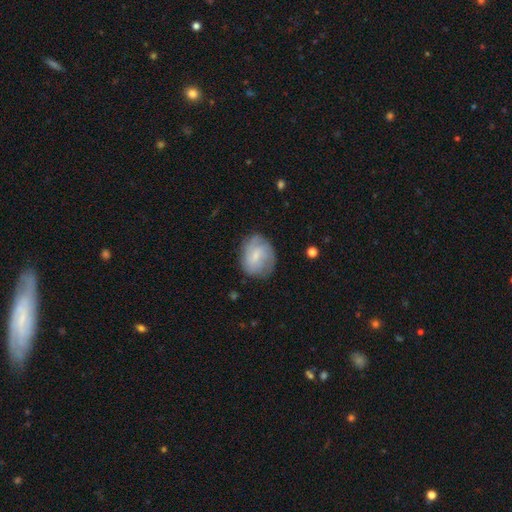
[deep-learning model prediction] Q: Smooth or featured?
A: featured or disk (47%); runner-up: smooth (45%)
Q: Merging?
A: none (69%); runner-up: minor disturbance (22%)